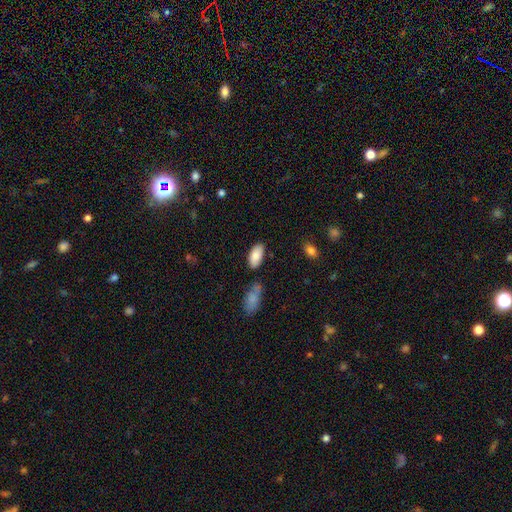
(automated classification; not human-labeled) Smooth or featured? smooth (86%)
How rounded? in between (93%)
Merging? none (79%)